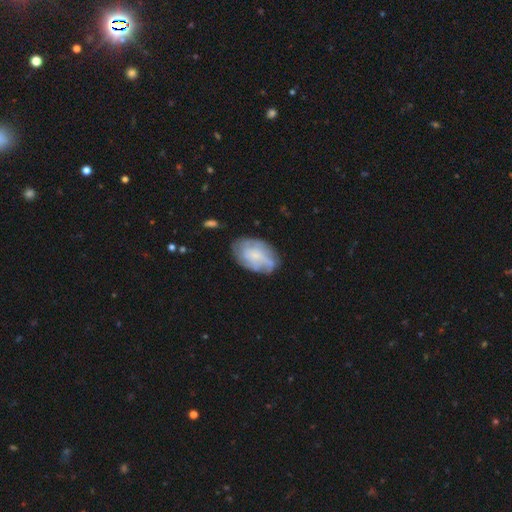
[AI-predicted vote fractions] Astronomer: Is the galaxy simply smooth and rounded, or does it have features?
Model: featured or disk — 53% (runner-up: smooth, 39%).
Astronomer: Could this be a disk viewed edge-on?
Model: no — 96%.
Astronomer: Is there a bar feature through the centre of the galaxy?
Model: no — 74%.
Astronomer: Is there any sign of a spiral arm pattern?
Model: yes — 71%.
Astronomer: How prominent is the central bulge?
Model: small — 51%.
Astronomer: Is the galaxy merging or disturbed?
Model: none — 65%.